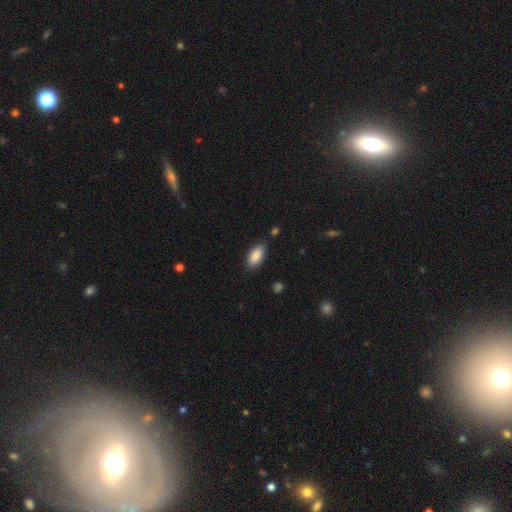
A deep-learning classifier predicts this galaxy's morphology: A smooth galaxy with no disk features (88%) that is in between round and cigar-shaped (89%).

Vote fractions:
- Smooth or featured? smooth: 88% / star or artifact: 6% / featured or disk: 6%
- How rounded? in between: 89% / cigar-shaped: 8% / round: 2%
- Merging? none: 81% / minor disturbance: 14% / major disturbance: 3% / merger: 2%